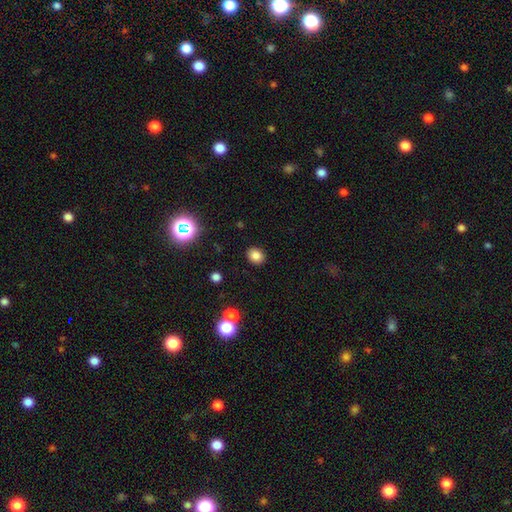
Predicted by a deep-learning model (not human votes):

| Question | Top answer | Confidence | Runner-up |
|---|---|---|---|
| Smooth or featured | smooth | 82% | star or artifact (12%) |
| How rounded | round | 55% | in between (45%) |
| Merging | none | 89% | minor disturbance (7%) |